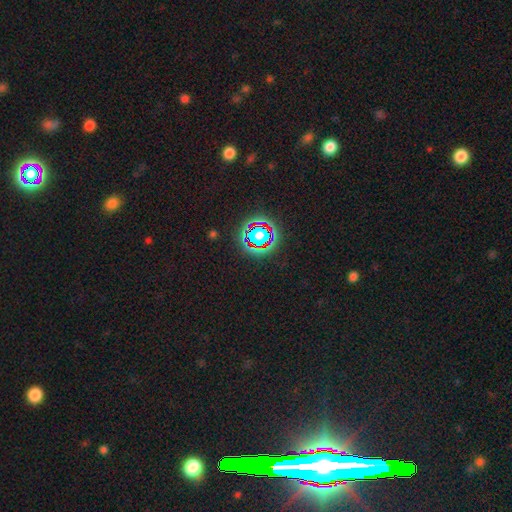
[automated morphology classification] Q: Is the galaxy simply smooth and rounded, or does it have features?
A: star or artifact — 81%.